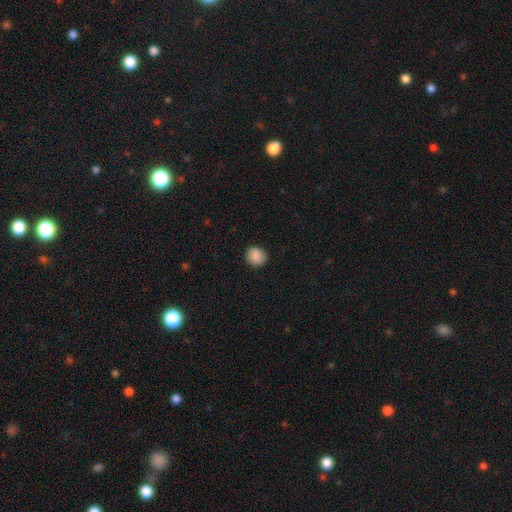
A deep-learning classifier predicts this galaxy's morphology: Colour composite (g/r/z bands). It shows a smooth galaxy with no disk features (88%) that is round (82%). Merging: none (87%).